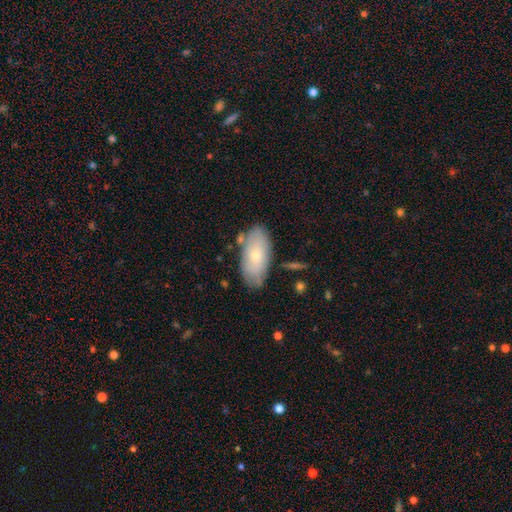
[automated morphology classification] smooth 65%, featured or disk 29%, star or artifact 6%. Down the decision tree: how rounded — in between (93%); merging — none (75%).